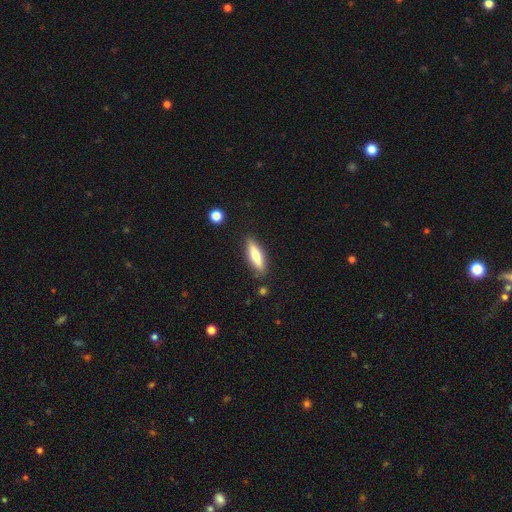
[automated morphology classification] Q: Smooth or featured?
A: smooth (63%); runner-up: featured or disk (30%)
Q: How rounded?
A: cigar-shaped (68%); runner-up: in between (30%)
Q: Merging?
A: none (86%); runner-up: minor disturbance (10%)